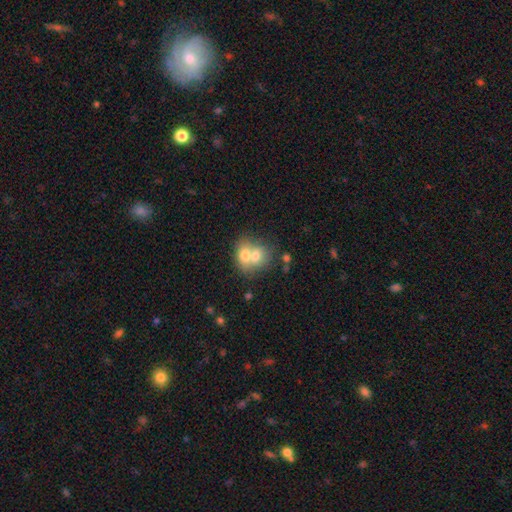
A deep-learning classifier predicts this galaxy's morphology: A smooth galaxy with no disk features (67%) that is round (54%). Merging: merger (70%).